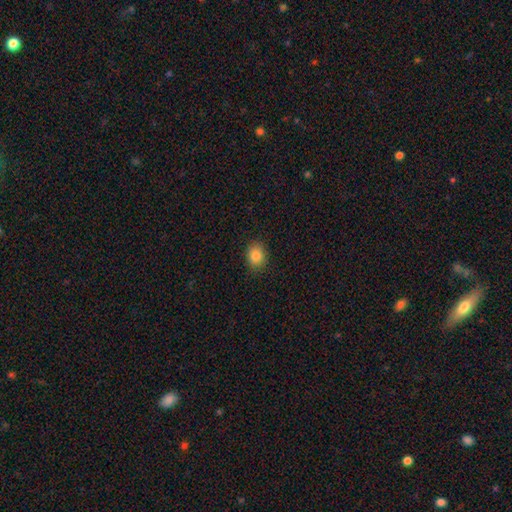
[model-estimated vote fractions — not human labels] Smooth or featured?
  - smooth: 84% *
  - star or artifact: 10%
  - featured or disk: 5%
How rounded?
  - round: 52% *
  - in between: 47%
  - cigar-shaped: 1%
Merging?
  - none: 87% *
  - minor disturbance: 10%
  - major disturbance: 2%
  - merger: 1%